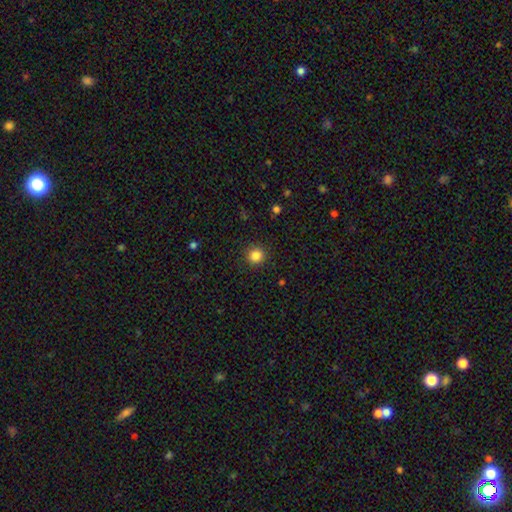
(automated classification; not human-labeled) Smooth or featured? Predicted: smooth (p=0.85). How rounded? Predicted: round (p=0.93). Merging? Predicted: none (p=0.92).